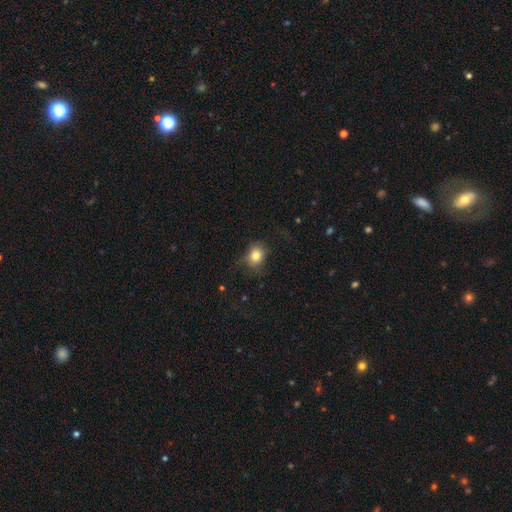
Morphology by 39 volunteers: type=smooth (82%); roundness=round (50%, tied with in between); merging=none (57%).